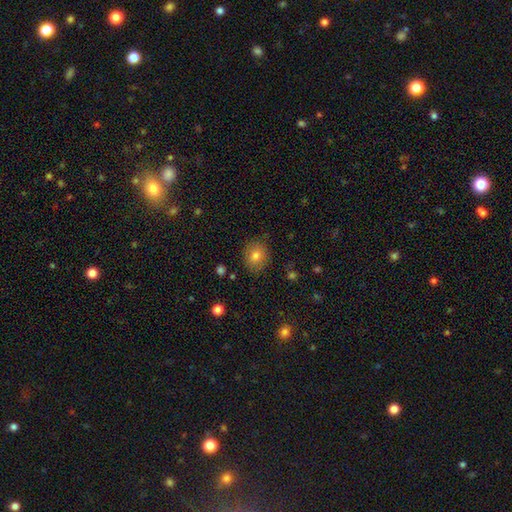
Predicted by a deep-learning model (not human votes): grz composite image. It shows a smooth galaxy with no disk features (79%) that is round (68%). Merging: none (85%).